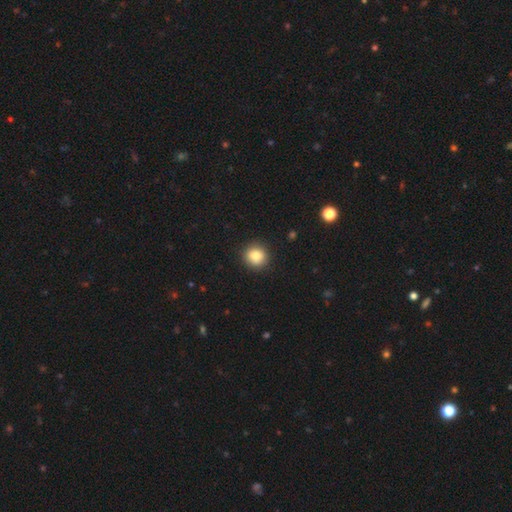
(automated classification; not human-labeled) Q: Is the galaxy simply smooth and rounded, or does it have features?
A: smooth — 83%.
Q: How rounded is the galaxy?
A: round — 88%.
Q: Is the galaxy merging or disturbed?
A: none — 89%.